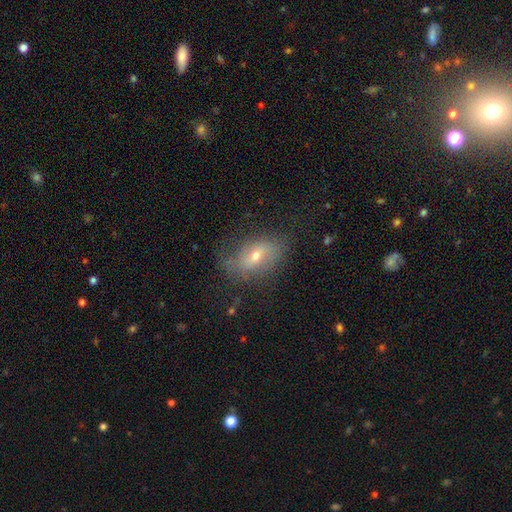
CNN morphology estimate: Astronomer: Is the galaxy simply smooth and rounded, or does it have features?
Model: featured or disk — 47% (runner-up: smooth, 41%).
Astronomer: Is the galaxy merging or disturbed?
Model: none — 65%.